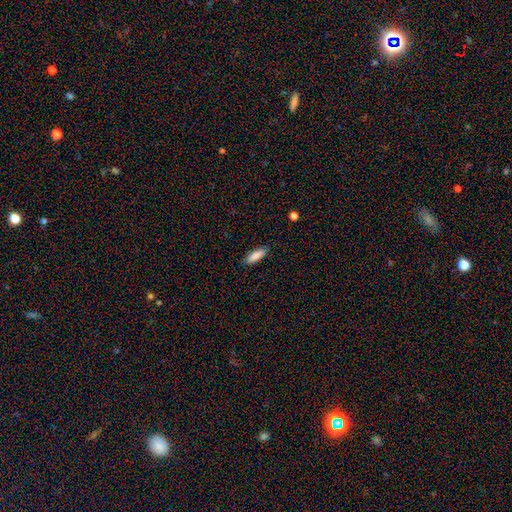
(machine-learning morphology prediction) type=smooth (87%); roundness=in between (53%); merging=none (85%).